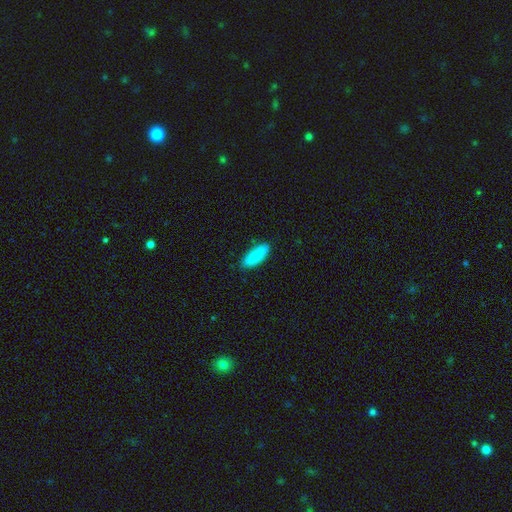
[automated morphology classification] A smooth galaxy with no disk features (84%) that is in between round and cigar-shaped (84%). Merging: none (83%).